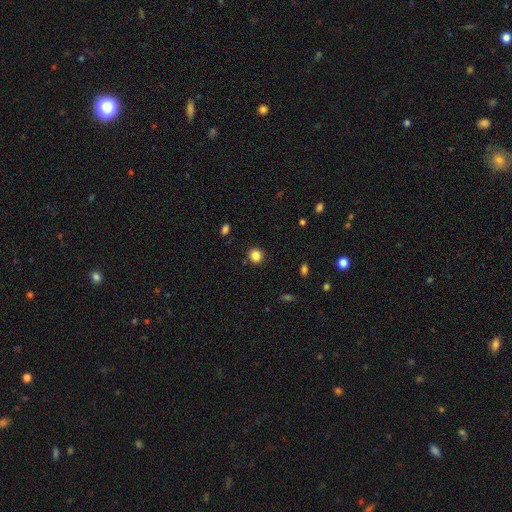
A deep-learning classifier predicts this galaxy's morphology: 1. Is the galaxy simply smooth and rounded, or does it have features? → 85% smooth, 11% star or artifact, 4% featured or disk.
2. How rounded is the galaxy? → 92% round, 7% in between, 1% cigar-shaped.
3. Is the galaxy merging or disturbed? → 90% none, 6% minor disturbance, 2% major disturbance, 2% merger.